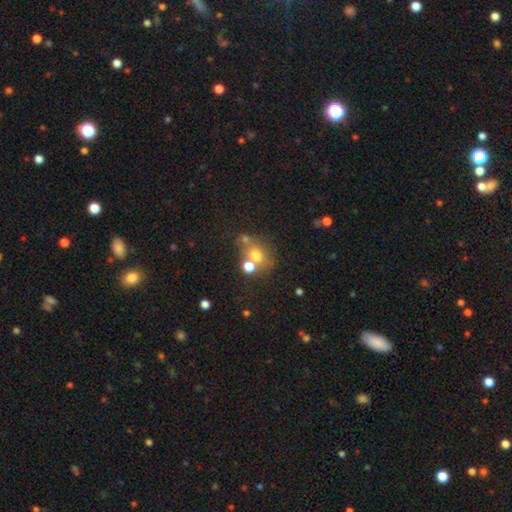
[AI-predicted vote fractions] A smooth galaxy with no disk features (66%) that is round (62%). Merging: none (49%).